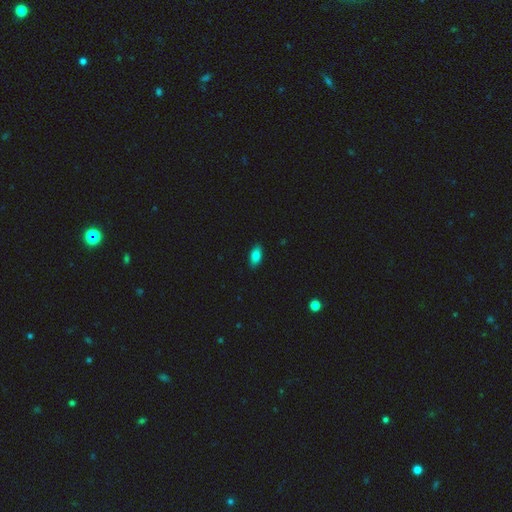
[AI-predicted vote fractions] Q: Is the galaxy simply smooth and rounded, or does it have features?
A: smooth — 83%.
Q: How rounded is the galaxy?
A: in between — 90%.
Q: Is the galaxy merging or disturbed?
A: none — 89%.